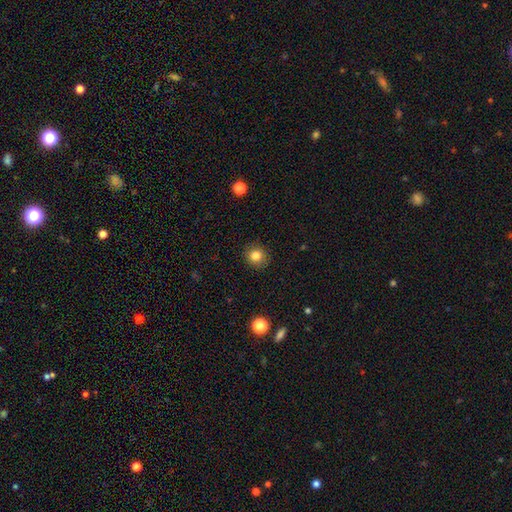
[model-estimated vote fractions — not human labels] A smooth galaxy with no disk features (83%) that is round (91%).

Vote fractions:
- Smooth or featured? smooth: 83% / star or artifact: 11% / featured or disk: 6%
- How rounded? round: 91% / in between: 9% / cigar-shaped: 1%
- Merging? none: 90% / minor disturbance: 7% / major disturbance: 2% / merger: 1%